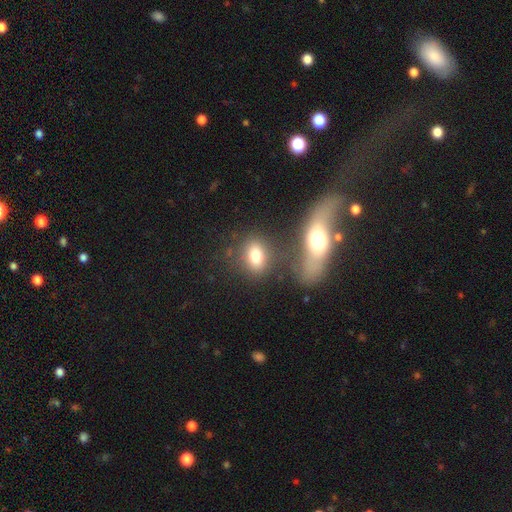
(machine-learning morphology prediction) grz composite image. It shows a smooth galaxy with no disk features (76%) that is in between round and cigar-shaped (68%). Merging: none (69%).